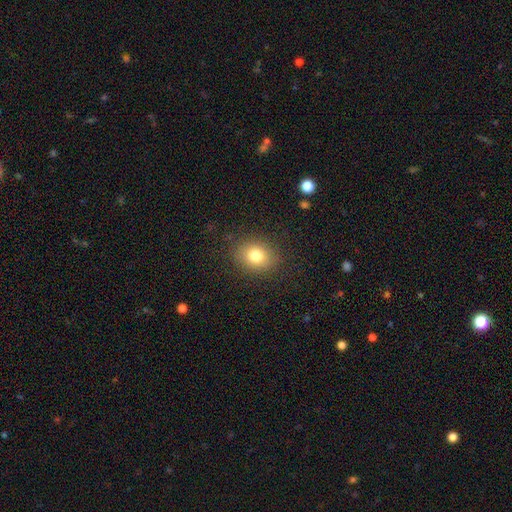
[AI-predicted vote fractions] A smooth galaxy with no disk features (79%) that is round (56%).

Vote fractions:
- Smooth or featured? smooth: 79% / star or artifact: 12% / featured or disk: 10%
- How rounded? round: 56% / in between: 43% / cigar-shaped: 1%
- Merging? none: 86% / minor disturbance: 9% / major disturbance: 4% / merger: 1%